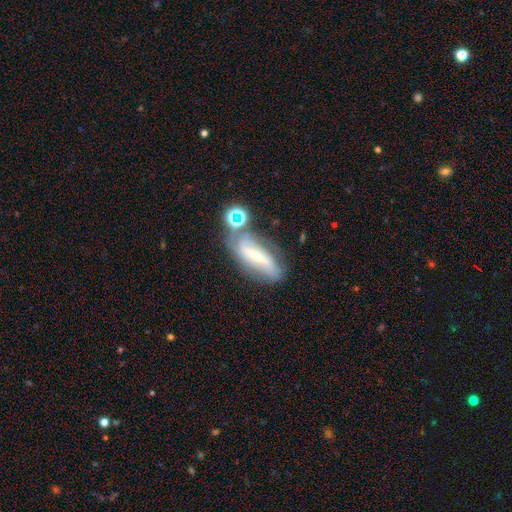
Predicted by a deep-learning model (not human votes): Smooth or featured?
  - featured or disk: 59% *
  - smooth: 30%
  - star or artifact: 11%
Edge-on disk?
  - no: 76% *
  - yes: 24%
Merging?
  - none: 52% *
  - minor disturbance: 22%
  - merger: 15%
  - major disturbance: 12%